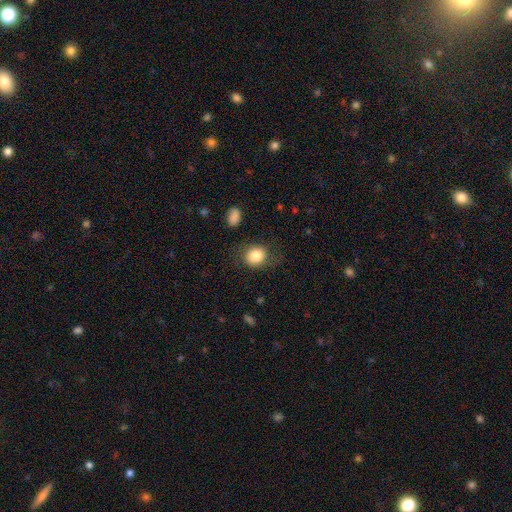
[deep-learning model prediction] Q: Smooth or featured?
A: smooth (83%); runner-up: star or artifact (9%)
Q: How rounded?
A: round (69%); runner-up: in between (31%)
Q: Merging?
A: none (73%); runner-up: minor disturbance (17%)